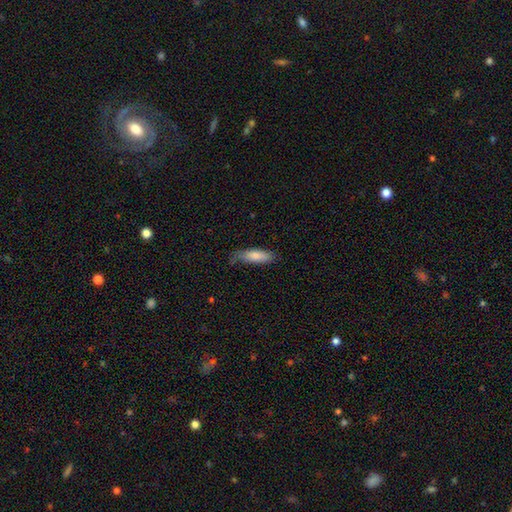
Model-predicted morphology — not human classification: Overall: smooth (80%). How rounded: in between (54%; cigar-shaped 44%). Merging: none (60%; minor disturbance 30%).